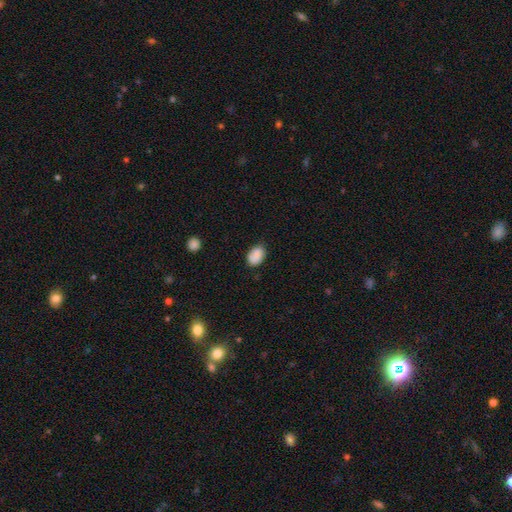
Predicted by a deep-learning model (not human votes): Smooth or featured?
  - smooth: 83% *
  - featured or disk: 8%
  - star or artifact: 8%
How rounded?
  - in between: 82% *
  - round: 17%
  - cigar-shaped: 1%
Merging?
  - none: 73% *
  - minor disturbance: 20%
  - major disturbance: 4%
  - merger: 3%